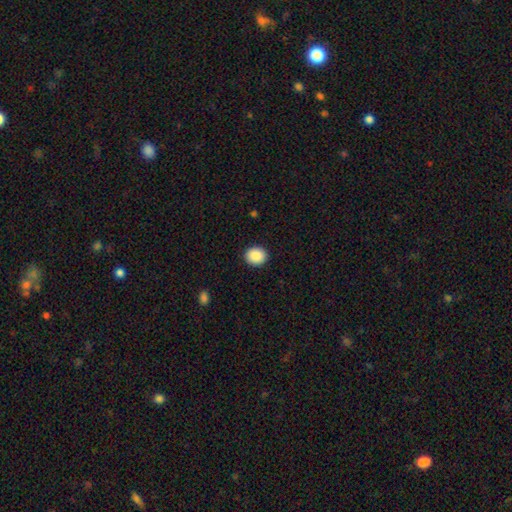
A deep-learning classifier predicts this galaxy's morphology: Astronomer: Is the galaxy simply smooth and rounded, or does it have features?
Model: smooth — 89%.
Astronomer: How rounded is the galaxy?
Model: round — 67%.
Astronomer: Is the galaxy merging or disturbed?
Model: none — 91%.